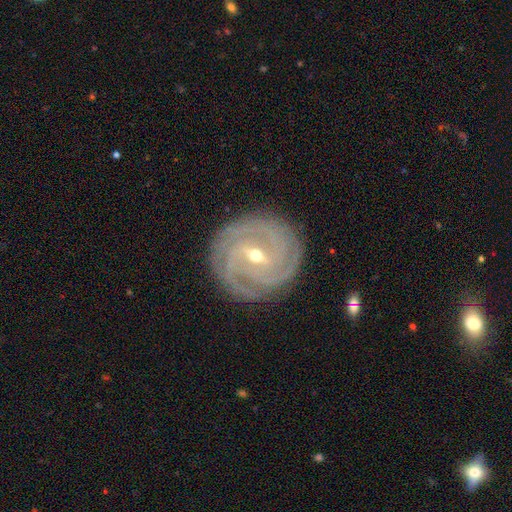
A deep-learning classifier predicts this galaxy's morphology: type=featured or disk (90%); edge-on=no (96%); bar=weak (48%); spiral arms=yes (98%); winding=tight (81%); arm count=4 (31%); bulge=small (54%); merging=none (86%).